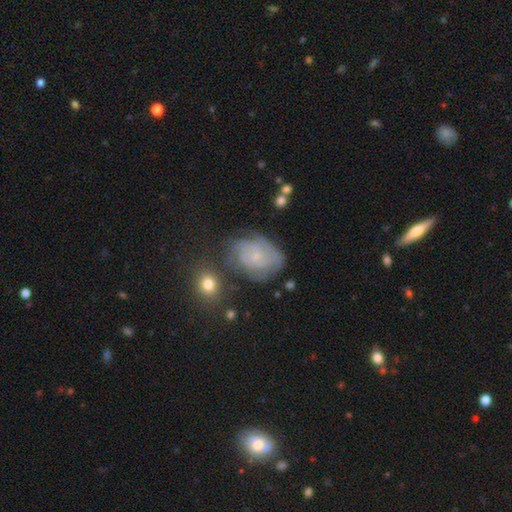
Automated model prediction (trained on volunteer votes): smooth-or-featured: featured or disk: 60% | smooth: 29% | star or artifact: 11%
  disk-edge-on: no: 97% | yes: 3%
    bar: no: 76% | weak: 20% | strong: 3%
    has-spiral-arms: yes: 81% | no: 19%
    bulge-size: small: 76% | moderate: 12% | none: 9% | large: 2% | dominant: 1%
  merging: none: 58% | minor disturbance: 25% | major disturbance: 13% | merger: 4%